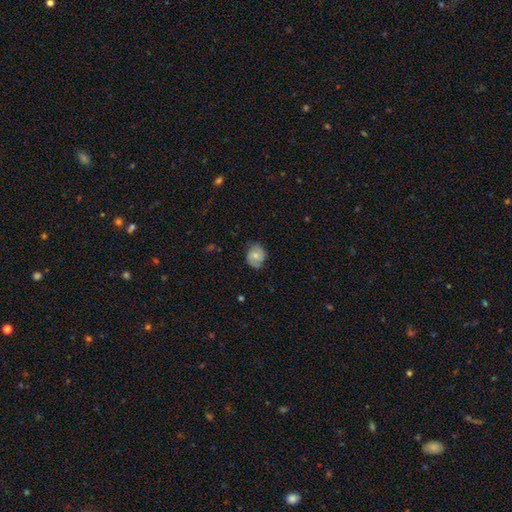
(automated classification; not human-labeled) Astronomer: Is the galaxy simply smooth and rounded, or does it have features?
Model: smooth — 50% (runner-up: featured or disk, 42%).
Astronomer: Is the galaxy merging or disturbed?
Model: none — 71%.